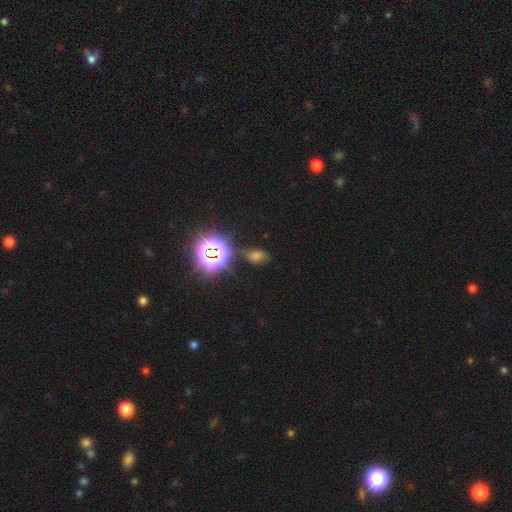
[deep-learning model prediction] This appears to be a smooth galaxy with no disk features (49%). Merging: none (67%).